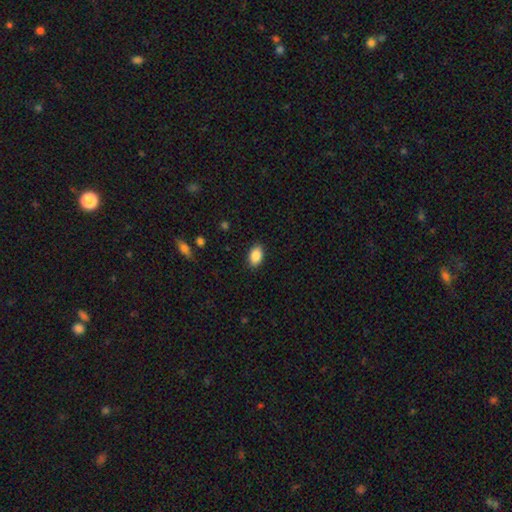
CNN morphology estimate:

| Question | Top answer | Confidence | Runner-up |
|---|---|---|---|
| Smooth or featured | smooth | 88% | star or artifact (7%) |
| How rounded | in between | 87% | round (11%) |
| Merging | none | 88% | minor disturbance (9%) |